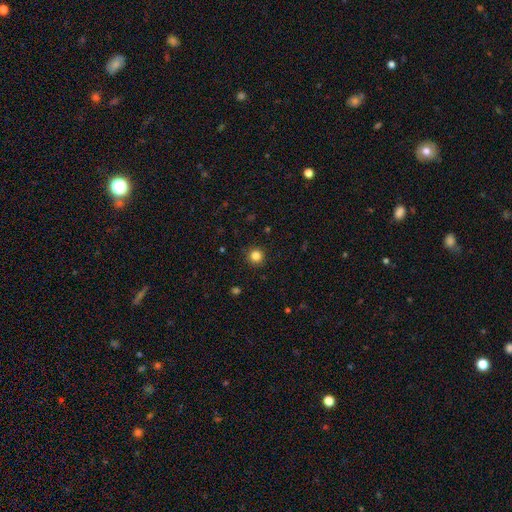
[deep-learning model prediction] Q: Smooth or featured?
A: smooth (84%); runner-up: star or artifact (12%)
Q: How rounded?
A: round (95%); runner-up: in between (4%)
Q: Merging?
A: none (91%); runner-up: minor disturbance (6%)